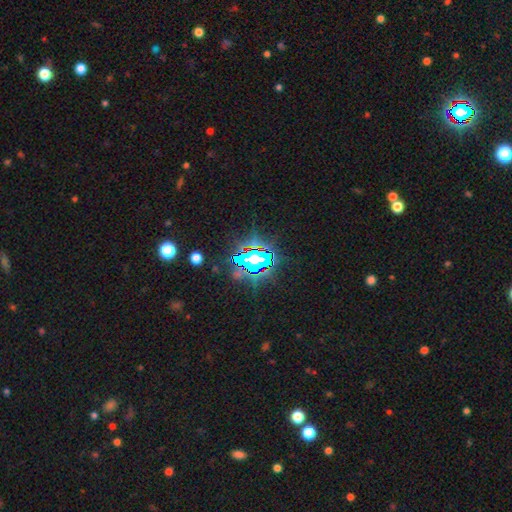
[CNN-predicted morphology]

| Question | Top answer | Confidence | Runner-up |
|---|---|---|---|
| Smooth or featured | star or artifact | 72% | smooth (16%) |